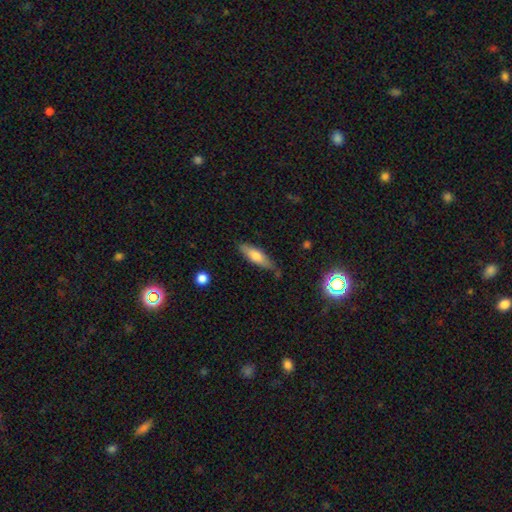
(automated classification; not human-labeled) smooth_or_featured: smooth (p=0.63) [alt: featured or disk p=0.30]
how_rounded: cigar-shaped (p=0.56) [alt: in between p=0.42]
merging: none (p=0.77) [alt: minor disturbance p=0.17]